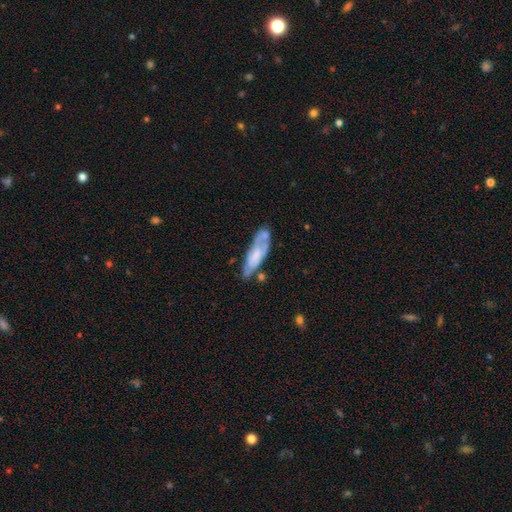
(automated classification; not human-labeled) featured or disk 47%, smooth 46%, star or artifact 6%. Down the decision tree: merging — none (50%).